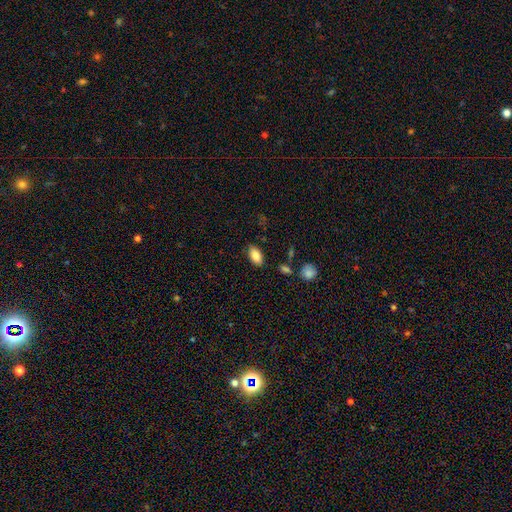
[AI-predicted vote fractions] Smooth or featured: smooth — 85% (star or artifact — 7%)
How rounded: in between — 92% (cigar-shaped — 4%)
Merging: none — 84% (minor disturbance — 11%)